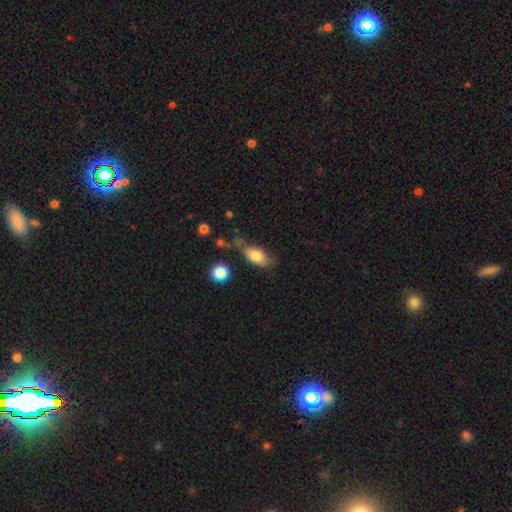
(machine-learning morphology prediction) The model was most divided on "merging": none: 50%, minor disturbance: 30%, major disturbance: 12%, merger: 8%. More confident: how rounded — in between (85%); smooth or featured — smooth (79%).